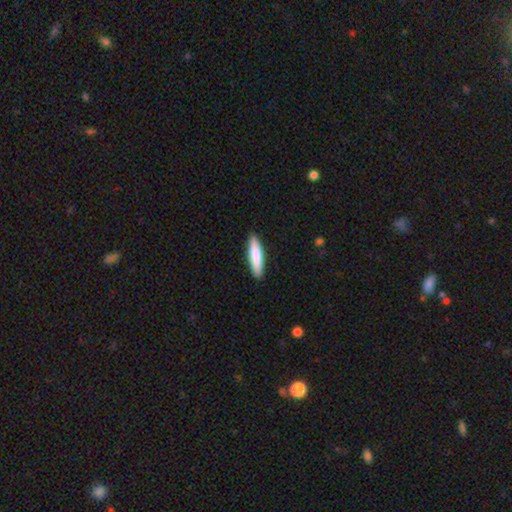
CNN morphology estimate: Q: Smooth or featured?
A: smooth (81%); runner-up: featured or disk (14%)
Q: How rounded?
A: cigar-shaped (78%); runner-up: in between (21%)
Q: Merging?
A: none (90%); runner-up: minor disturbance (8%)